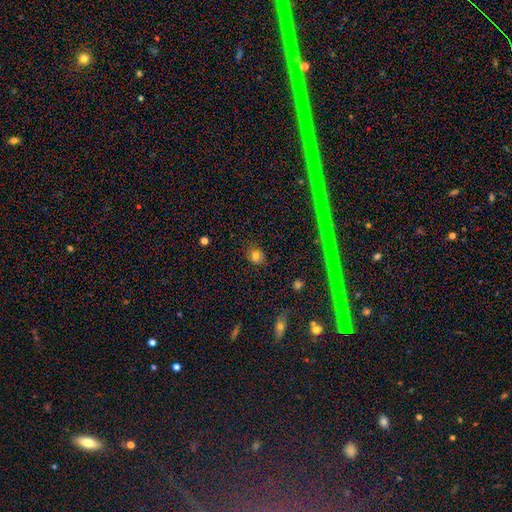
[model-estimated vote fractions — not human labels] This appears to be a smooth galaxy with no disk features (76%) that is round (66%). Merging: none (80%).